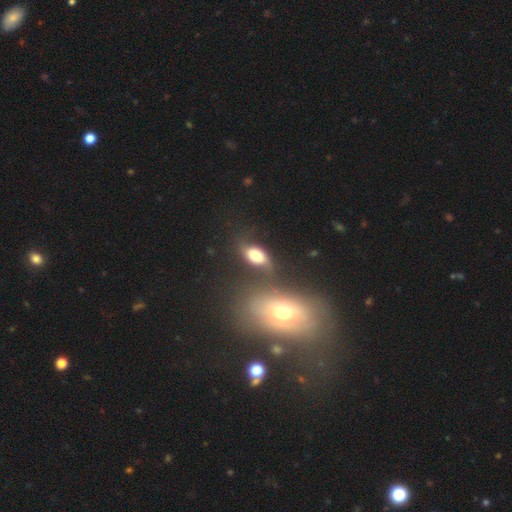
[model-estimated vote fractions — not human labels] A smooth galaxy with no disk features (59%) that is in between round and cigar-shaped (87%).

Vote fractions:
- Smooth or featured? smooth: 59% / featured or disk: 31% / star or artifact: 10%
- How rounded? in between: 87% / round: 10% / cigar-shaped: 3%
- Merging? none: 46% / minor disturbance: 21% / merger: 18% / major disturbance: 15%